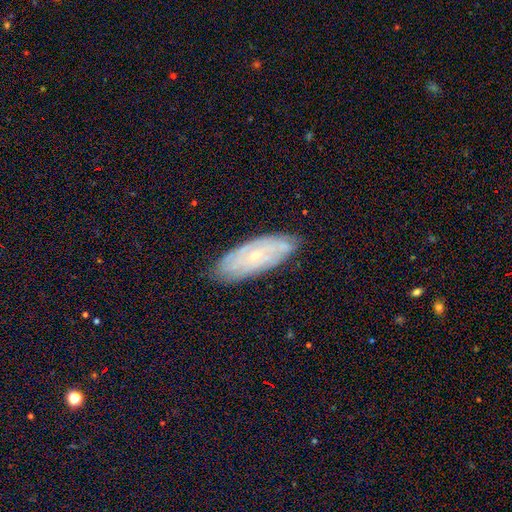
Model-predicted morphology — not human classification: The model was most divided on "smooth or featured": featured or disk: 69%, smooth: 22%, star or artifact: 10%. More confident: edge-on disk — no (84%); spiral arms — yes (83%); merging — none (82%); bulge size — small (78%); bar — no (77%).